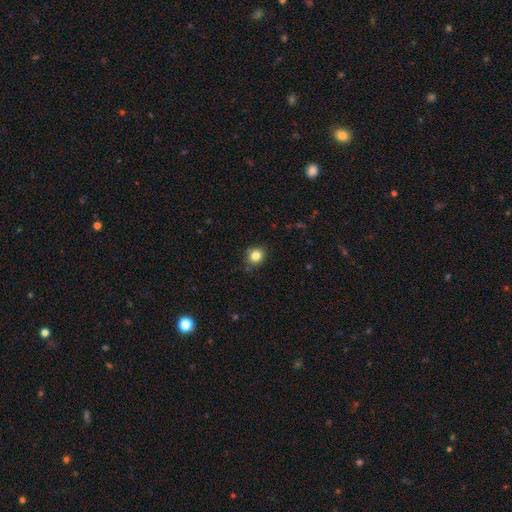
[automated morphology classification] smooth_or_featured: smooth (p=0.83) [alt: star or artifact p=0.12]
how_rounded: round (p=0.81) [alt: in between p=0.18]
merging: none (p=0.84) [alt: minor disturbance p=0.12]